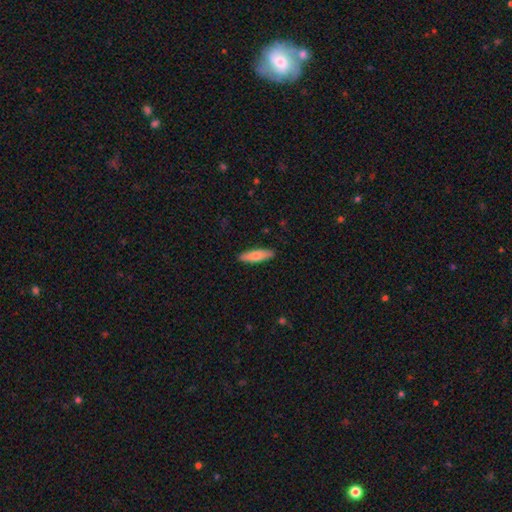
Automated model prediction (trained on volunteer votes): A smooth galaxy with no disk features (75%) that is cigar-shaped (56%). Merging: none (89%).